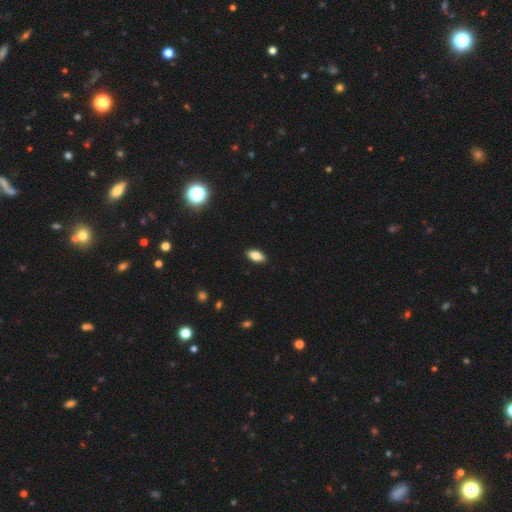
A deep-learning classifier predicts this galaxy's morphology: Q: Smooth or featured?
A: smooth (84%); runner-up: featured or disk (8%)
Q: How rounded?
A: in between (90%); runner-up: cigar-shaped (6%)
Q: Merging?
A: none (89%); runner-up: minor disturbance (8%)